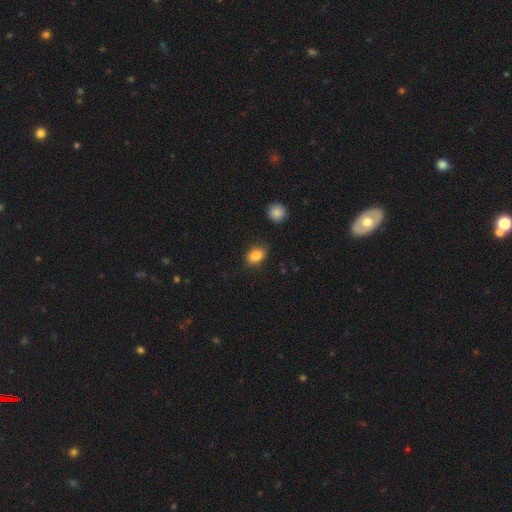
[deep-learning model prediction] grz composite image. It shows a smooth galaxy with no disk features (85%) that is in between round and cigar-shaped (74%). Merging: none (82%).